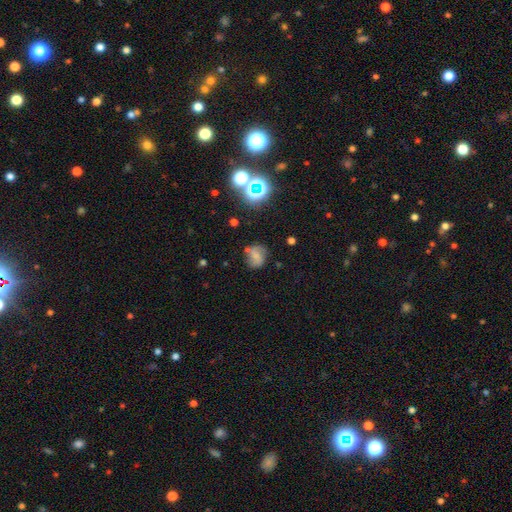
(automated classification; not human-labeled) Smooth or featured?
  - smooth: 47% *
  - featured or disk: 36%
  - star or artifact: 17%
Merging?
  - none: 63% *
  - minor disturbance: 22%
  - major disturbance: 9%
  - merger: 5%